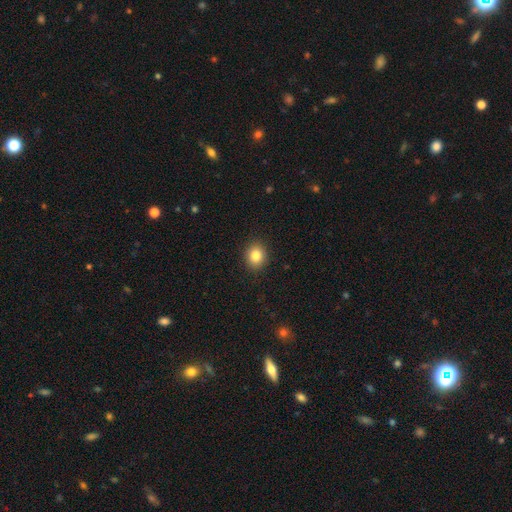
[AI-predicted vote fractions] Overall: smooth (84%). How rounded: round (66%; in between 33%). Merging: none (90%).